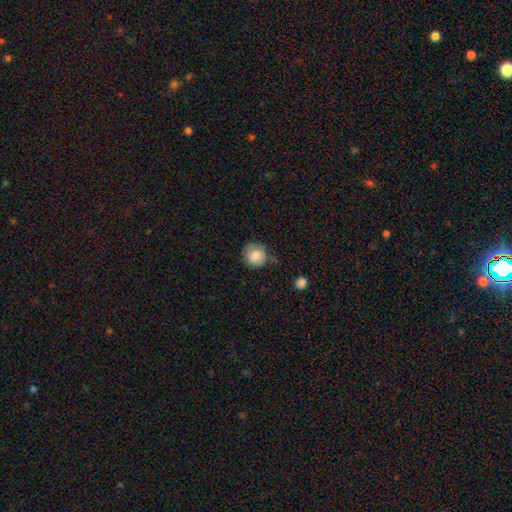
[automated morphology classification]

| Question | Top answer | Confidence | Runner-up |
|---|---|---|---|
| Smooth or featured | smooth | 85% | star or artifact (8%) |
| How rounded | round | 85% | in between (14%) |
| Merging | none | 63% | minor disturbance (27%) |